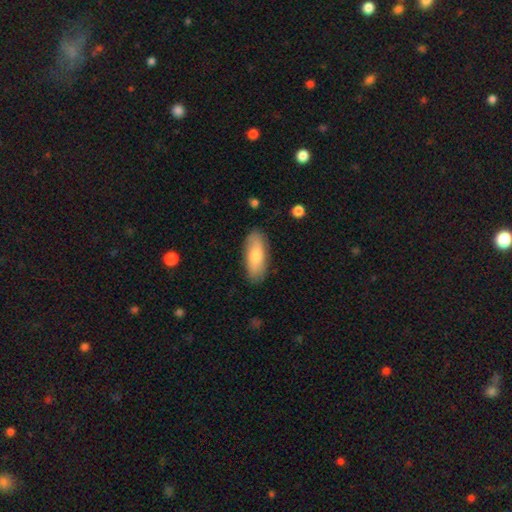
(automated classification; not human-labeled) This appears to be a smooth galaxy with no disk features (75%) that is in between round and cigar-shaped (75%). Merging: none (85%).